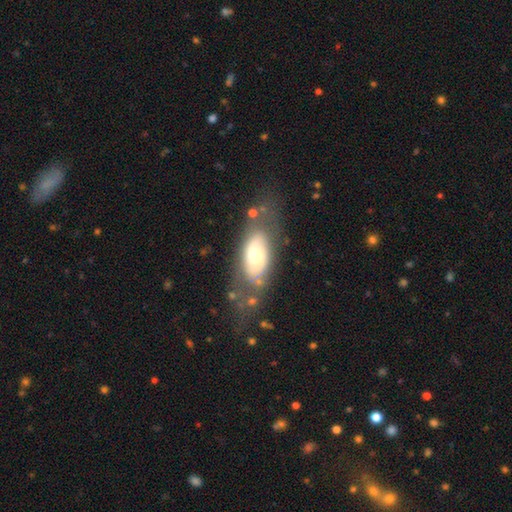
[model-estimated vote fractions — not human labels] A smooth galaxy with no disk features (50%) that is in between round and cigar-shaped (87%).

Vote fractions:
- Smooth or featured? smooth: 50% / featured or disk: 43% / star or artifact: 7%
- How rounded? in between: 87% / cigar-shaped: 7% / round: 6%
- Merging? none: 59% / minor disturbance: 21% / major disturbance: 15% / merger: 5%